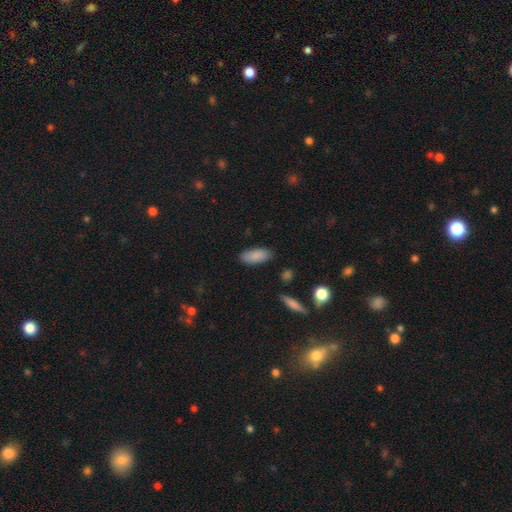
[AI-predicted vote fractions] Smooth or featured? smooth (87%)
How rounded? in between (84%)
Merging? none (85%)